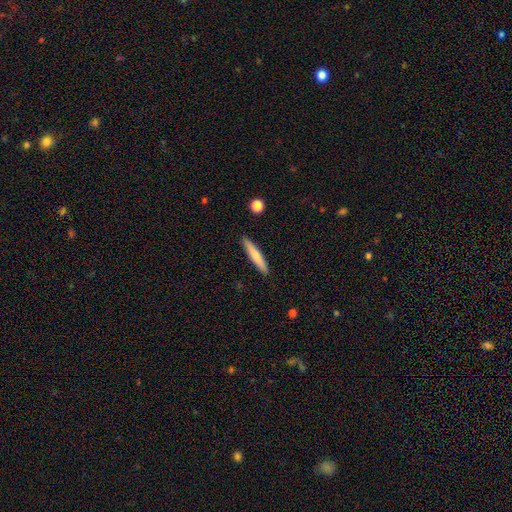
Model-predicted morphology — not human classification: A smooth galaxy with no disk features (68%) that is cigar-shaped (93%). Merging: none (90%).